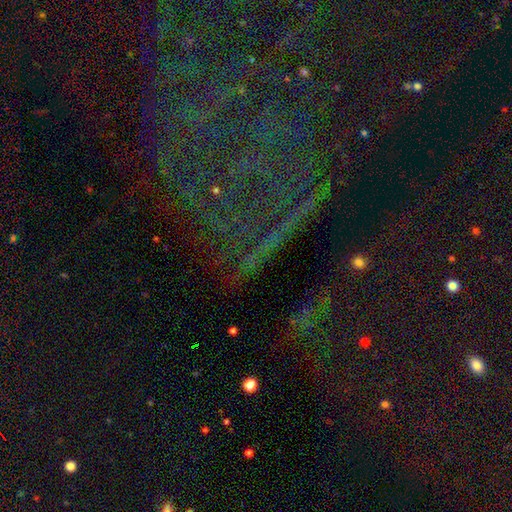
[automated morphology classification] smooth-or-featured: star or artifact: 77% | featured or disk: 13% | smooth: 10%